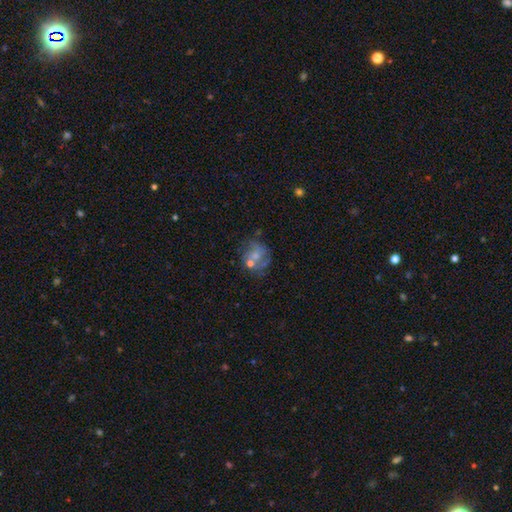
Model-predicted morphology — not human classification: smooth_or_featured: featured or disk (p=0.54) [alt: smooth p=0.35]
disk_edge_on: no (p=0.98) [alt: yes p=0.02]
bar: no (p=0.79) [alt: weak p=0.18]
has_spiral_arms: yes (p=0.55) [alt: no p=0.45]
bulge_size: small (p=0.48) [alt: moderate p=0.33]
merging: none (p=0.46) [alt: merger p=0.20]